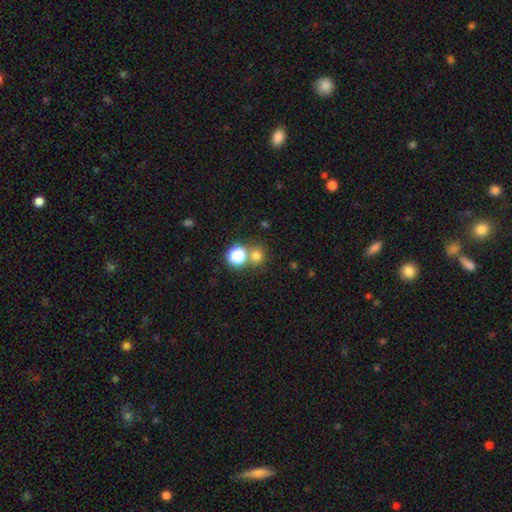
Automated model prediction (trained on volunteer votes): A smooth galaxy with no disk features (70%) that is round (89%).

Vote fractions:
- Smooth or featured? smooth: 70% / star or artifact: 23% / featured or disk: 7%
- How rounded? round: 89% / in between: 10% / cigar-shaped: 1%
- Merging? none: 70% / merger: 20% / minor disturbance: 7% / major disturbance: 3%